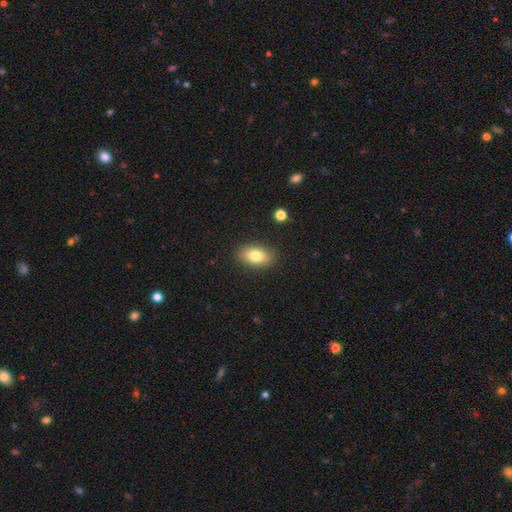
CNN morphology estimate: Smooth or featured: smooth — 79% (featured or disk — 13%)
How rounded: in between — 88% (round — 10%)
Merging: none — 87% (minor disturbance — 9%)